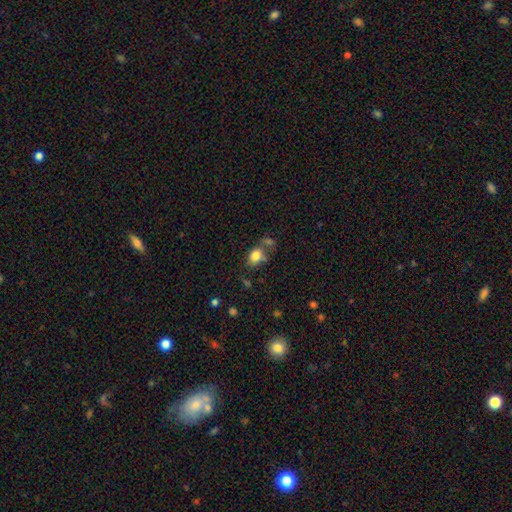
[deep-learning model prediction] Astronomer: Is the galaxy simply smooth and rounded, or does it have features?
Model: smooth — 81%.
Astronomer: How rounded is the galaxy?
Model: in between — 71%.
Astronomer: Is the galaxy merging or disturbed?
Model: none — 52%.